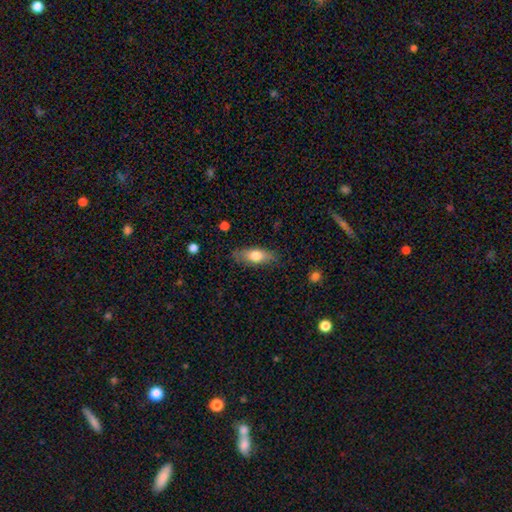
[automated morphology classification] smooth-or-featured: smooth: 71% | featured or disk: 22% | star or artifact: 6%
  how-rounded: in between: 69% | cigar-shaped: 27% | round: 4%
  merging: none: 80% | minor disturbance: 15% | major disturbance: 4% | merger: 1%